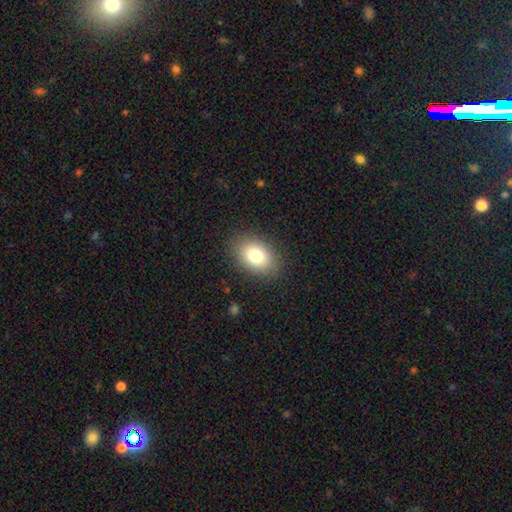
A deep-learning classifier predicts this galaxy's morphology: type=smooth (80%); roundness=in between (79%); merging=none (86%).